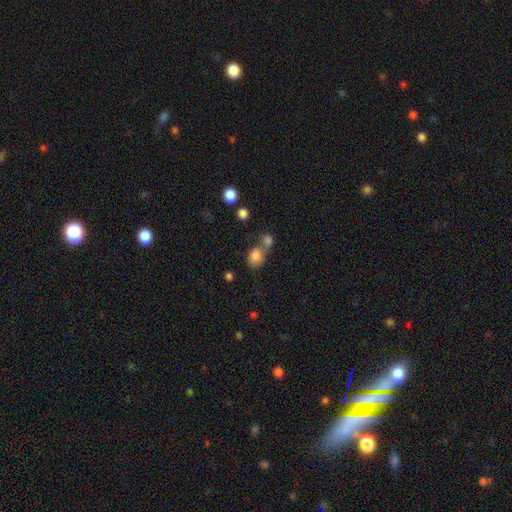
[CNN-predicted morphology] smooth-or-featured: smooth: 82% | star or artifact: 11% | featured or disk: 7%
  how-rounded: in between: 52% | round: 47% | cigar-shaped: 1%
  merging: merger: 45% | none: 39% | minor disturbance: 10% | major disturbance: 5%